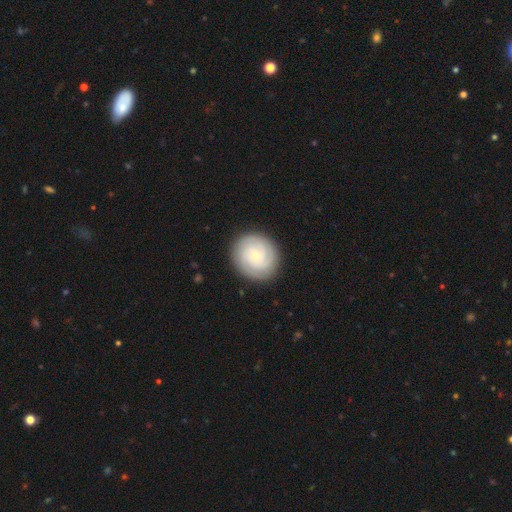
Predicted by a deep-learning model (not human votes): Smooth or featured?
  - featured or disk: 69% *
  - smooth: 25%
  - star or artifact: 6%
Edge-on disk?
  - no: 98% *
  - yes: 2%
Bar?
  - no: 82% *
  - weak: 16%
  - strong: 3%
Spiral arms?
  - yes: 93% *
  - no: 7%
Spiral winding?
  - tight: 80% *
  - medium: 16%
  - loose: 4%
Spiral arm count?
  - can't tell: 29% *
  - 3: 27%
  - 2: 21%
  - 4: 12%
  - more than 4: 6%
  - 1: 6%
Bulge size?
  - small: 76% *
  - moderate: 21%
  - large: 1%
  - none: 1%
  - dominant: 1%
Merging?
  - none: 87% *
  - minor disturbance: 9%
  - major disturbance: 3%
  - merger: 1%